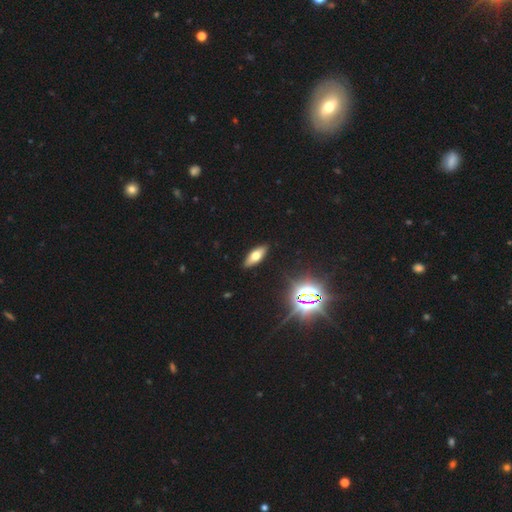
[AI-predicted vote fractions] Q: Smooth or featured?
A: smooth (60%); runner-up: featured or disk (24%)
Q: How rounded?
A: in between (72%); runner-up: cigar-shaped (25%)
Q: Merging?
A: none (90%); runner-up: minor disturbance (7%)